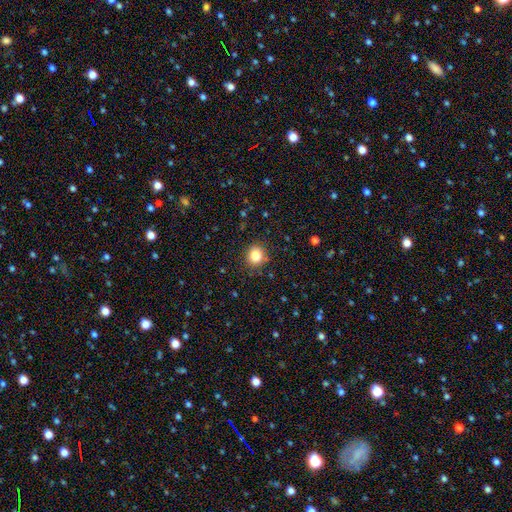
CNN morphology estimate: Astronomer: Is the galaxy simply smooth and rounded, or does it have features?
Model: smooth — 83%.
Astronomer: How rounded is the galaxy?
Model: round — 75%.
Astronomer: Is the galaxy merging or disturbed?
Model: none — 86%.